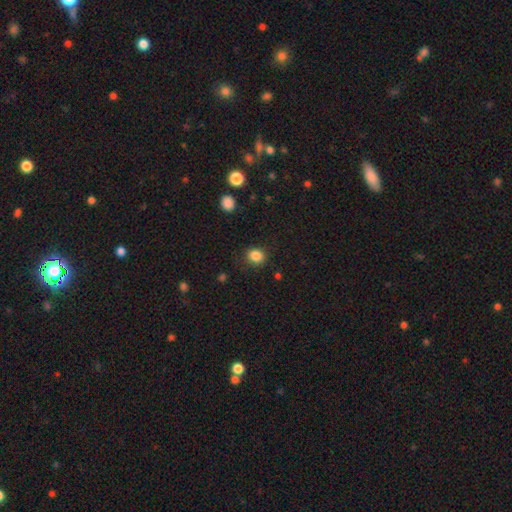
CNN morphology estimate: Smooth or featured? smooth (85%)
How rounded? round (72%)
Merging? none (86%)